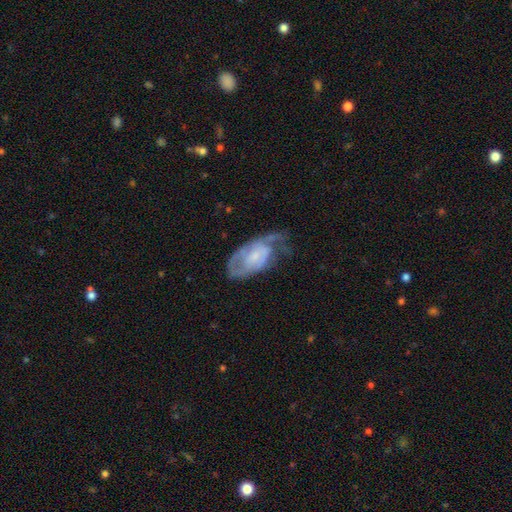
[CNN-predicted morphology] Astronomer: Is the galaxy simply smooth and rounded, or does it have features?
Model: featured or disk — 70%.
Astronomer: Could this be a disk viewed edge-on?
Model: no — 95%.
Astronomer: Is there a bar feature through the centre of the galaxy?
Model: no — 58% (runner-up: weak, 35%).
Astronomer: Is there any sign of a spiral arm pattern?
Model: yes — 80%.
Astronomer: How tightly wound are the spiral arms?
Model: tight — 44% (runner-up: medium, 39%).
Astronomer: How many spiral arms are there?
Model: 2 — 41% (runner-up: can't tell, 31%).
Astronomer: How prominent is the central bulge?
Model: small — 51%.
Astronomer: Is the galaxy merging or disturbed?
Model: none — 36% (runner-up: minor disturbance, 31%).